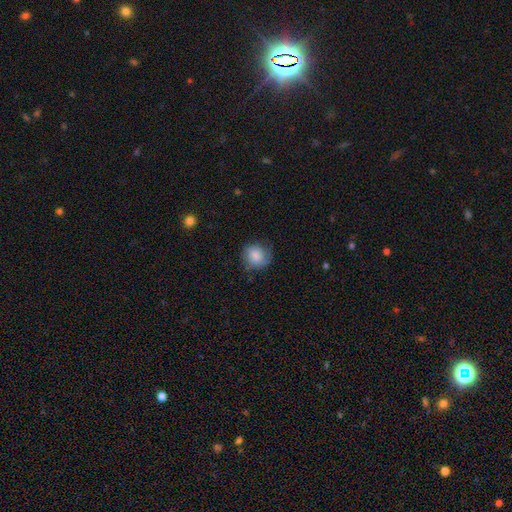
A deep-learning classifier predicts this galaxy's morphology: Q: Smooth or featured?
A: smooth (78%); runner-up: featured or disk (14%)
Q: How rounded?
A: round (81%); runner-up: in between (18%)
Q: Merging?
A: none (70%); runner-up: minor disturbance (22%)